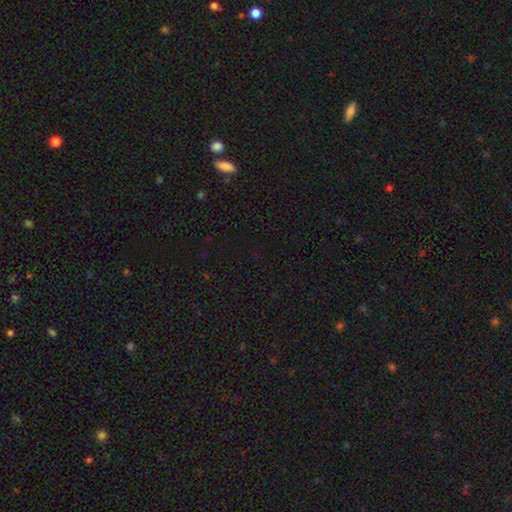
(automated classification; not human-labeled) Smooth or featured? Predicted: star or artifact (p=0.70).